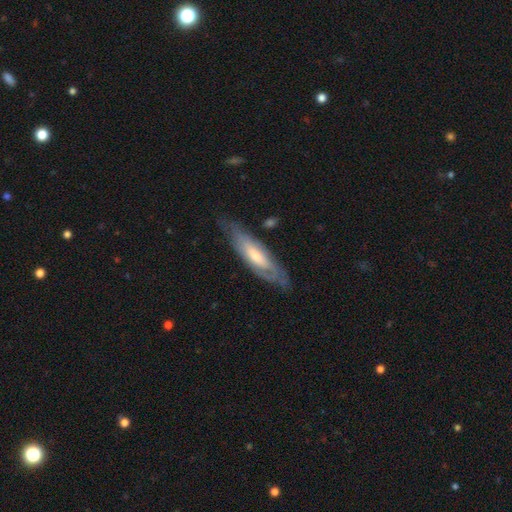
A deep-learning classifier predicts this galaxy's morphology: Smooth or featured? featured or disk (60%)
Edge-on disk? no (61%)
Merging? none (66%)